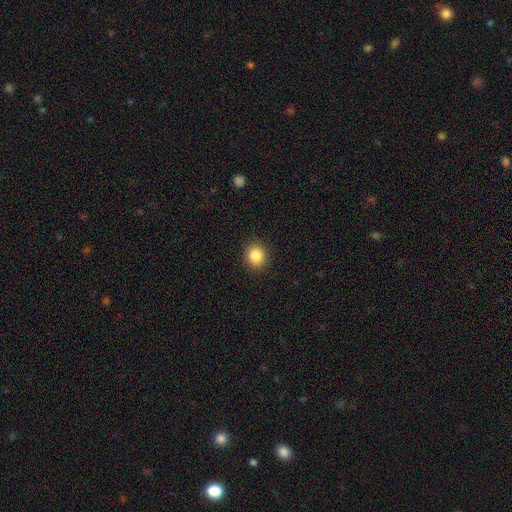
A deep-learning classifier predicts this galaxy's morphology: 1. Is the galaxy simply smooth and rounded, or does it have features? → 86% smooth, 10% star or artifact, 4% featured or disk.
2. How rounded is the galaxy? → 81% round, 18% in between, 1% cigar-shaped.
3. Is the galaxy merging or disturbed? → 91% none, 6% minor disturbance, 2% major disturbance, 1% merger.